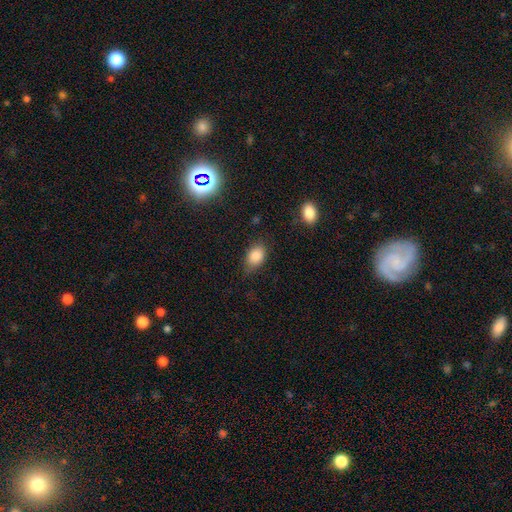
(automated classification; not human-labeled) Smooth or featured? Predicted: smooth (p=0.85). How rounded? Predicted: in between (p=0.81). Merging? Predicted: none (p=0.71).